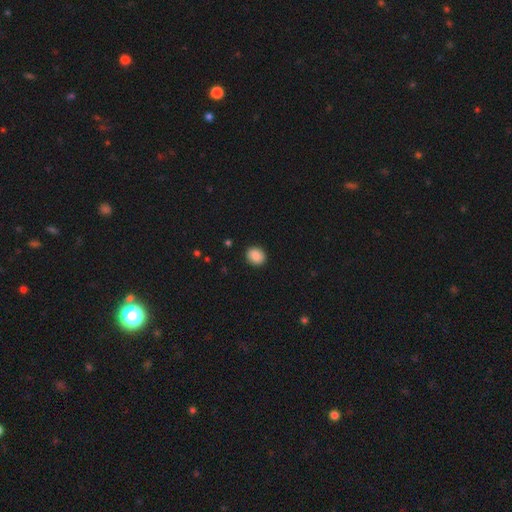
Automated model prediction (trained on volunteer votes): Smooth or featured?
  - smooth: 89% *
  - star or artifact: 8%
  - featured or disk: 3%
How rounded?
  - round: 65% *
  - in between: 34%
  - cigar-shaped: 1%
Merging?
  - none: 90% *
  - minor disturbance: 7%
  - major disturbance: 2%
  - merger: 1%